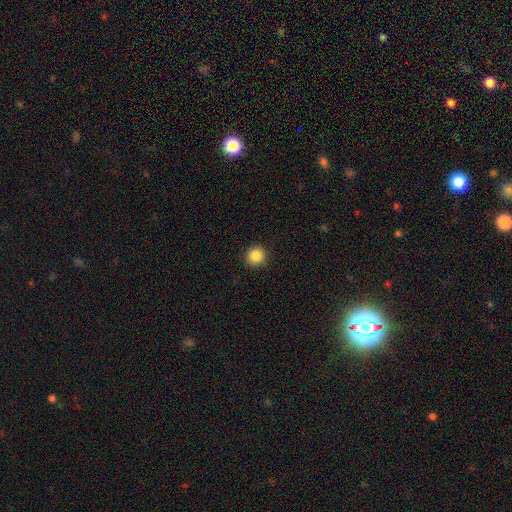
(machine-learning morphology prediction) smooth_or_featured: smooth (p=0.87) [alt: star or artifact p=0.10]
how_rounded: round (p=0.94) [alt: in between p=0.05]
merging: none (p=0.92) [alt: minor disturbance p=0.05]